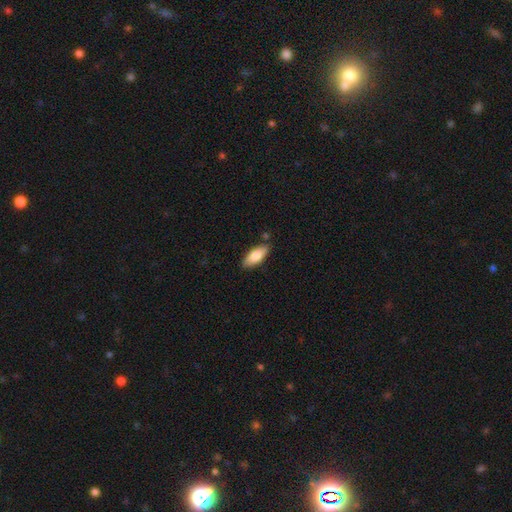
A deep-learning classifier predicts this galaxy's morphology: smooth_or_featured: smooth (p=0.80) [alt: featured or disk p=0.14]
how_rounded: in between (p=0.83) [alt: cigar-shaped p=0.15]
merging: none (p=0.82) [alt: minor disturbance p=0.13]